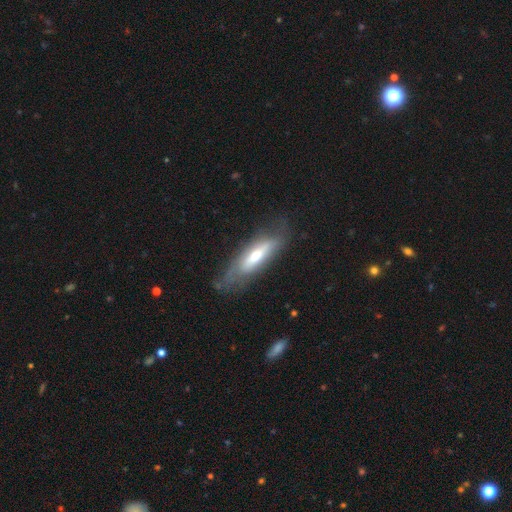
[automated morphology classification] Smooth or featured: featured or disk — 48% (smooth — 46%)
Merging: none — 62% (minor disturbance — 24%)